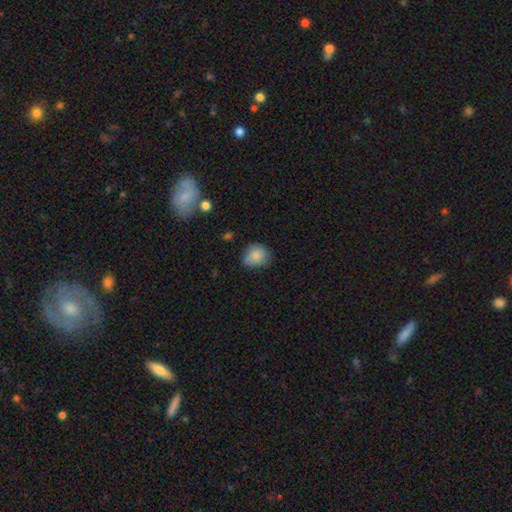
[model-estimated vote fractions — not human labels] smooth 84%, featured or disk 8%, star or artifact 8%. Down the decision tree: how rounded — round (69%); merging — none (64%).